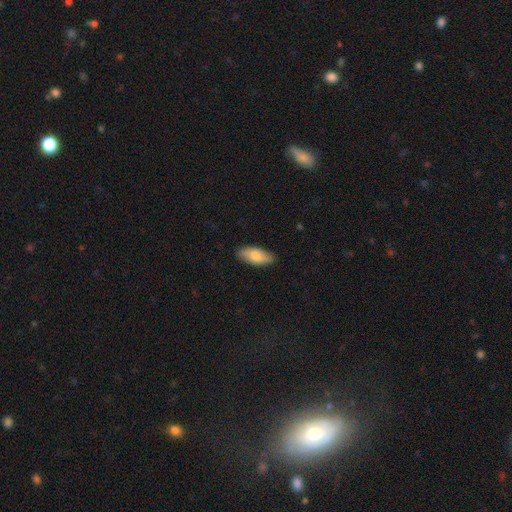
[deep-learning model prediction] This appears to be a smooth galaxy with no disk features (78%) that is in between round and cigar-shaped (85%). Merging: none (87%).